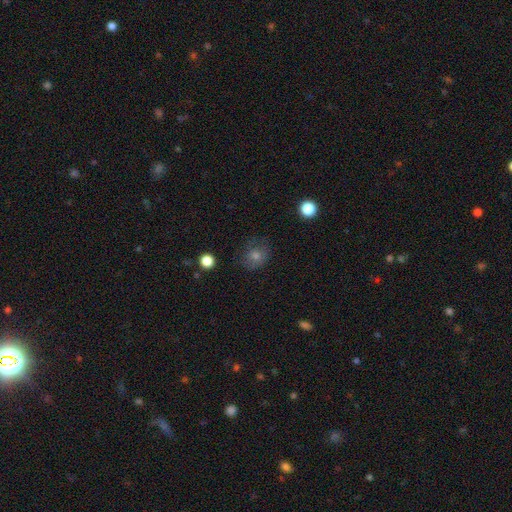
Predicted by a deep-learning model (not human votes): This is likely a smooth galaxy (63%). How rounded: likely round (68%). Merging: likely none (71%).